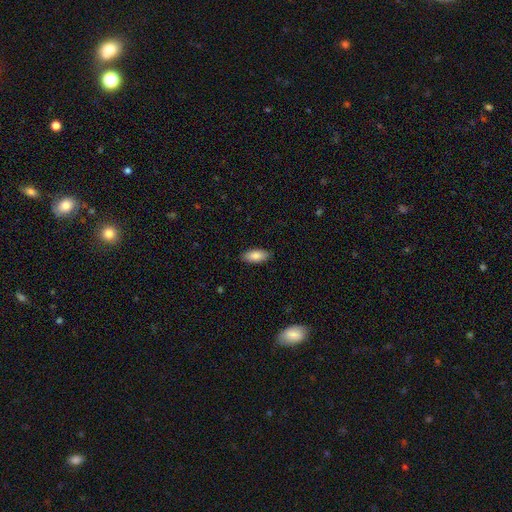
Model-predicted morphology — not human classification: smooth 86%, featured or disk 8%, star or artifact 6%. Down the decision tree: how rounded — in between (88%); merging — none (88%).